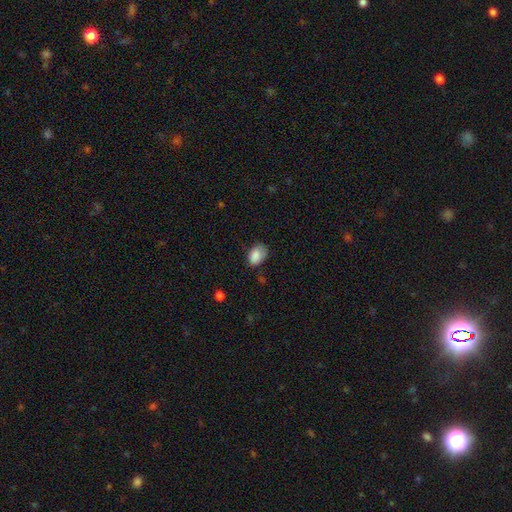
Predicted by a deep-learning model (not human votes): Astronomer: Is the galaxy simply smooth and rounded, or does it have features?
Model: smooth — 87%.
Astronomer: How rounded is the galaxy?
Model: in between — 82%.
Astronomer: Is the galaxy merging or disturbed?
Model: none — 63%.